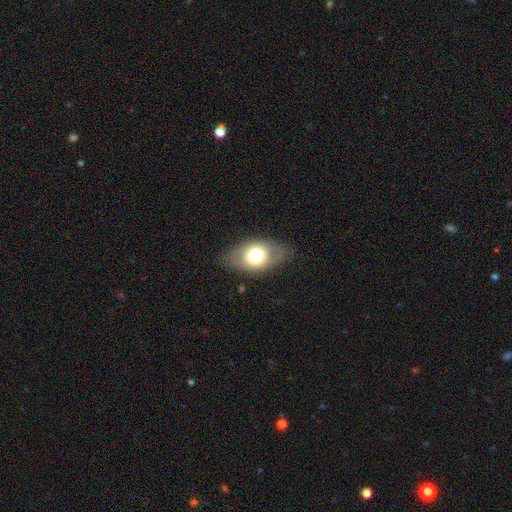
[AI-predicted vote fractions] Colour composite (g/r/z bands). It shows a smooth galaxy with no disk features (61%) that is in between round and cigar-shaped (78%). Merging: none (77%).